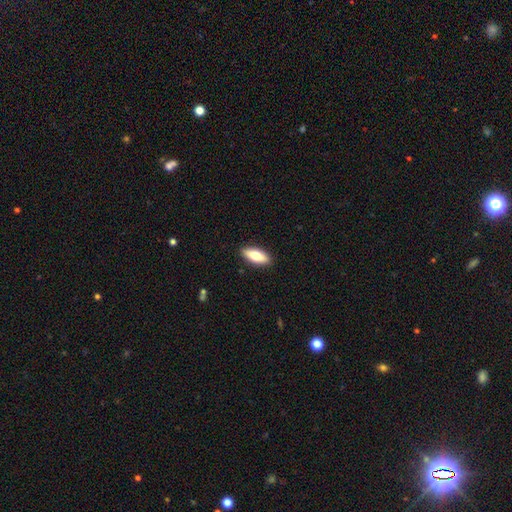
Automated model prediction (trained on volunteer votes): smooth_or_featured: smooth (p=0.73) [alt: featured or disk p=0.21]
how_rounded: in between (p=0.71) [alt: cigar-shaped p=0.27]
merging: none (p=0.90) [alt: minor disturbance p=0.08]